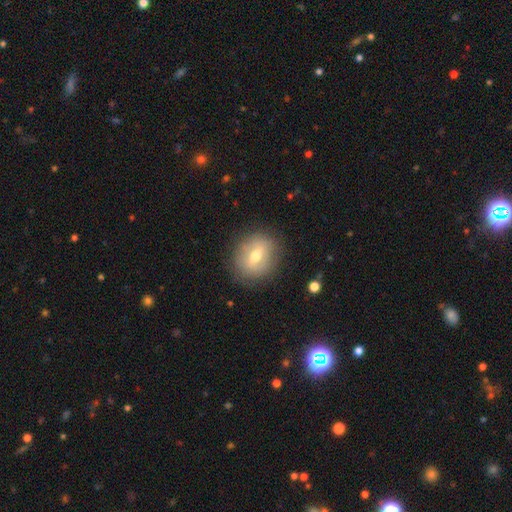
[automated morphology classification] This appears to be a smooth galaxy with no disk features (52%) that is round (65%). Merging: none (83%).